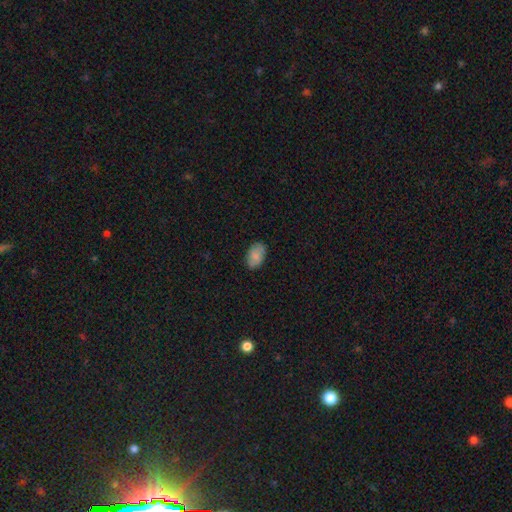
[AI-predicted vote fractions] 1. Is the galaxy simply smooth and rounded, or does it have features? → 81% smooth, 12% featured or disk, 7% star or artifact.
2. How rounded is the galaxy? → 92% in between, 7% round, 1% cigar-shaped.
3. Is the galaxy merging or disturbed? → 83% none, 14% minor disturbance, 3% major disturbance, 1% merger.